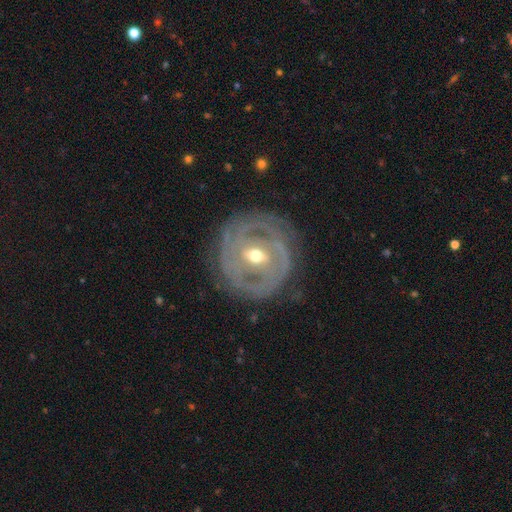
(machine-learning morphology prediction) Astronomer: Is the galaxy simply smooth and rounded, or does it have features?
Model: featured or disk — 84%.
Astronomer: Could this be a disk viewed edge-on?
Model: no — 95%.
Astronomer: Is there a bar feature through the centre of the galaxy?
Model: weak — 43% (runner-up: strong, 32%).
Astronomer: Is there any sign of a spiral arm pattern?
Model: yes — 80%.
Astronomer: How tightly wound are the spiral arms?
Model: tight — 70%.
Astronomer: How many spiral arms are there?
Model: can't tell — 36% (runner-up: 2, 33%).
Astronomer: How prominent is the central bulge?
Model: moderate — 65%.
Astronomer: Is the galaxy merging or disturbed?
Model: none — 74%.